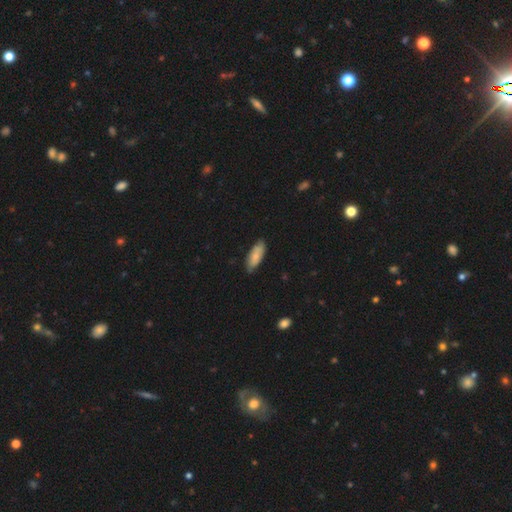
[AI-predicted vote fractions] A smooth galaxy with no disk features (74%) that is in between round and cigar-shaped (77%).

Vote fractions:
- Smooth or featured? smooth: 74% / featured or disk: 20% / star or artifact: 6%
- How rounded? in between: 77% / cigar-shaped: 21% / round: 2%
- Merging? none: 76% / minor disturbance: 20% / major disturbance: 3% / merger: 1%